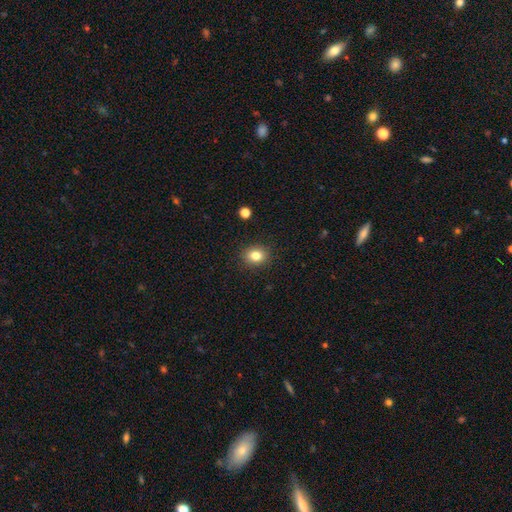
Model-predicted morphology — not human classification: This appears to be a smooth galaxy with no disk features (82%) that is round (59%). Merging: none (89%).